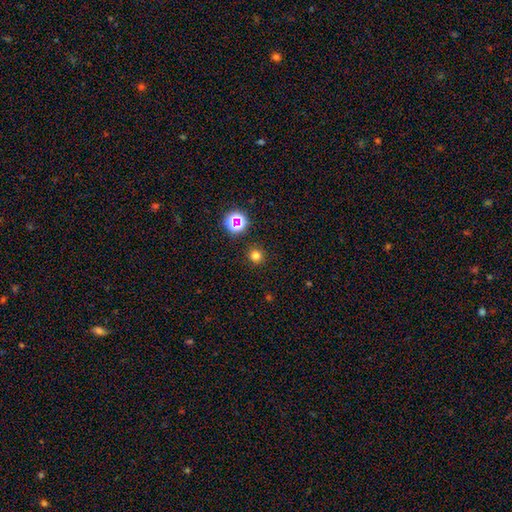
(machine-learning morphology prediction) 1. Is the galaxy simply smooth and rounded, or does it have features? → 75% smooth, 19% star or artifact, 5% featured or disk.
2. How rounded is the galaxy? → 94% round, 5% in between, 1% cigar-shaped.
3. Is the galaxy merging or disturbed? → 91% none, 6% minor disturbance, 2% major disturbance, 1% merger.